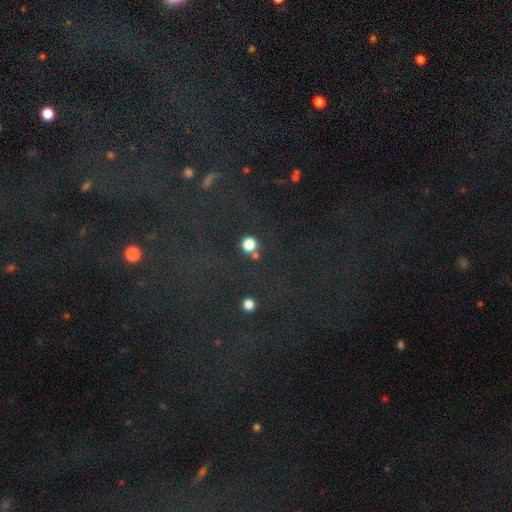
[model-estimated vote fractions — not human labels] Q: Smooth or featured?
A: star or artifact (52%); runner-up: smooth (40%)